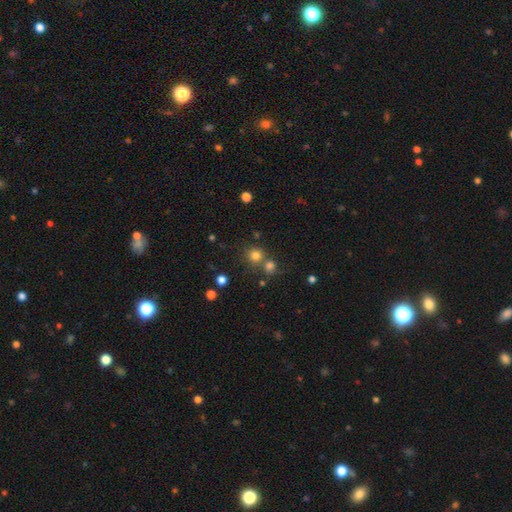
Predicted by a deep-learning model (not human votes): This is likely a smooth galaxy (77%). How rounded: clearly round (90%). Merging: likely none (65%).